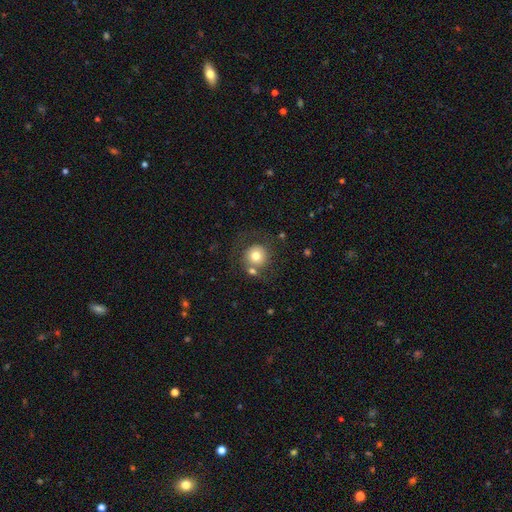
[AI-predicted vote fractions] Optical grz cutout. It shows a smooth galaxy with no disk features (72%) that is round (92%). Merging: none (62%).